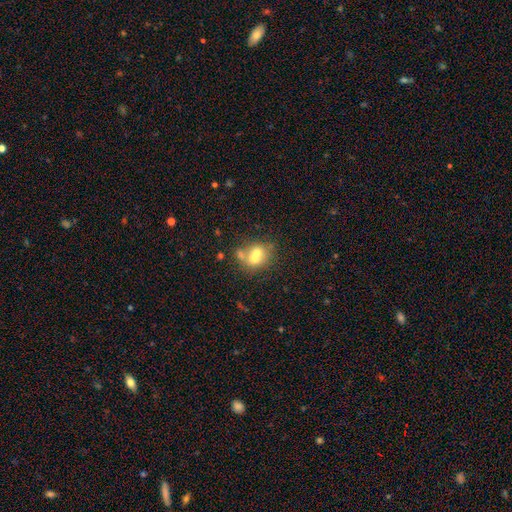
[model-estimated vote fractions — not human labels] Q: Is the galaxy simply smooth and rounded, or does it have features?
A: smooth — 58%.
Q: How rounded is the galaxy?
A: round — 64%.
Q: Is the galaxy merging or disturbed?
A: merger — 57%.